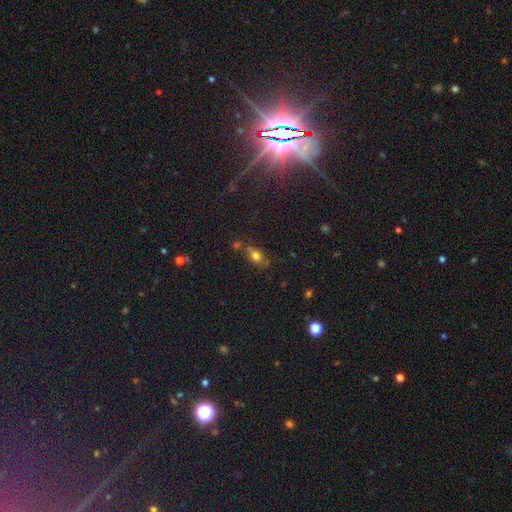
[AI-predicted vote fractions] Q: Smooth or featured?
A: smooth (72%); runner-up: star or artifact (15%)
Q: How rounded?
A: in between (70%); runner-up: round (24%)
Q: Merging?
A: none (62%); runner-up: minor disturbance (19%)